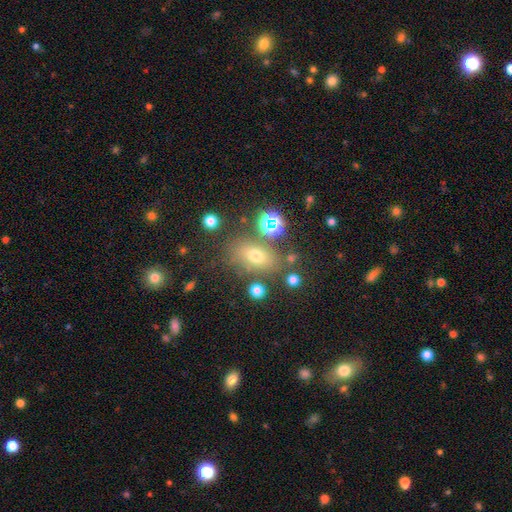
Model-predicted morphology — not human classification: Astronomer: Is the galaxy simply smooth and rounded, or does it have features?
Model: smooth — 65%.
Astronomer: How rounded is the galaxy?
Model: in between — 76%.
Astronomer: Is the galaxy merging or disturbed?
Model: none — 71%.